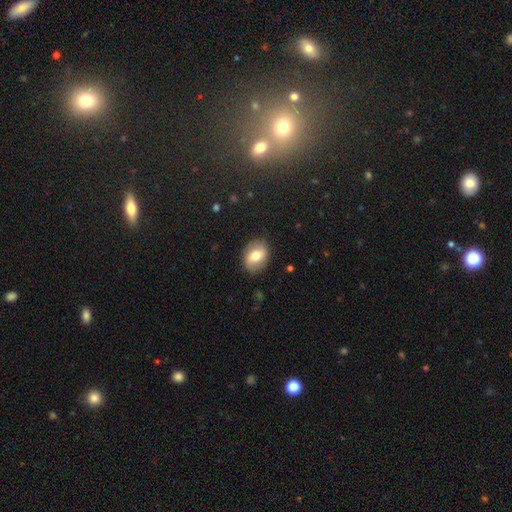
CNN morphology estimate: Smooth or featured: smooth — 67% (featured or disk — 26%)
How rounded: in between — 69% (round — 30%)
Merging: none — 85% (minor disturbance — 11%)